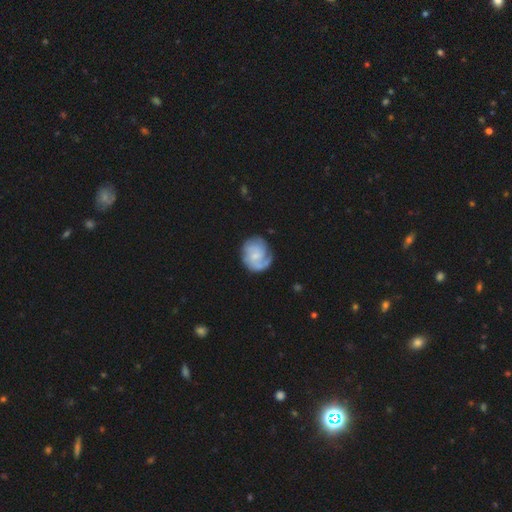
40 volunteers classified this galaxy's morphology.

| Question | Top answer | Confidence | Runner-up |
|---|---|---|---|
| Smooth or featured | featured or disk | 65% | smooth (30%) |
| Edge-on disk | no | 96% | yes (4%) |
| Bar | weak | 56% | no (36%) |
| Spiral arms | yes | 96% | no (4%) |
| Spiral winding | tight | 79% | medium (21%) |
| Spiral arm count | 2 | 25% | tied: can't tell (25%) |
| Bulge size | small | 60% | moderate (24%) |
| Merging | none | 76% | major disturbance (13%) |